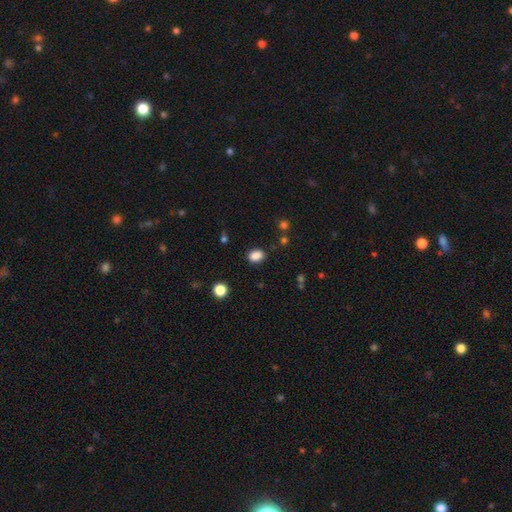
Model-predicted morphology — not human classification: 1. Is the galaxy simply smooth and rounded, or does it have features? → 85% smooth, 11% star or artifact, 4% featured or disk.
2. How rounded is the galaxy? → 68% in between, 31% round, 1% cigar-shaped.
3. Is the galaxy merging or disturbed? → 82% none, 12% minor disturbance, 3% major disturbance, 2% merger.